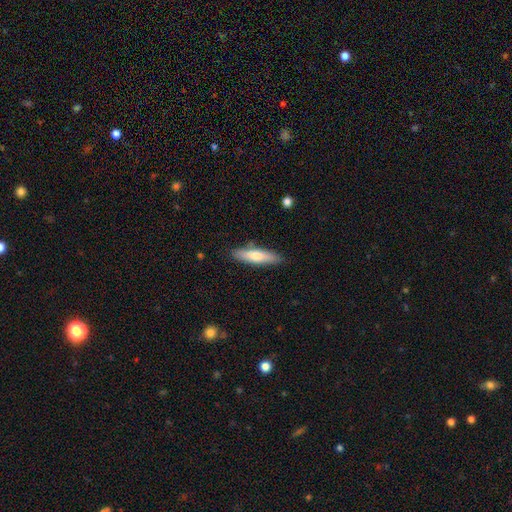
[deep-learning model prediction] The model was most divided on "how rounded": cigar-shaped: 70%, in between: 29%, round: 2%. More confident: merging — none (86%); smooth or featured — smooth (68%).